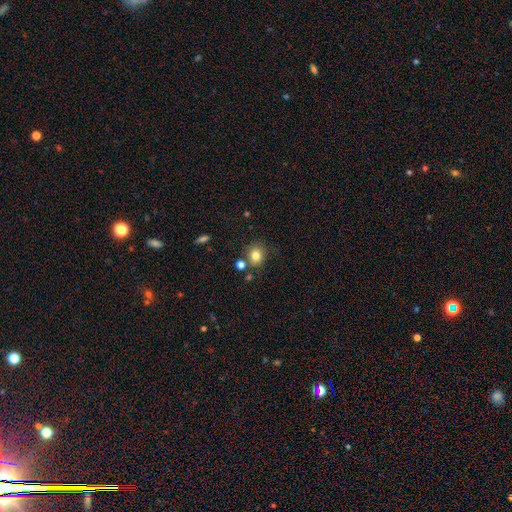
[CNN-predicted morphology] A smooth galaxy with no disk features (80%) that is round (73%).

Vote fractions:
- Smooth or featured? smooth: 80% / star or artifact: 12% / featured or disk: 8%
- How rounded? round: 73% / in between: 27% / cigar-shaped: 1%
- Merging? none: 74% / minor disturbance: 12% / merger: 10% / major disturbance: 4%